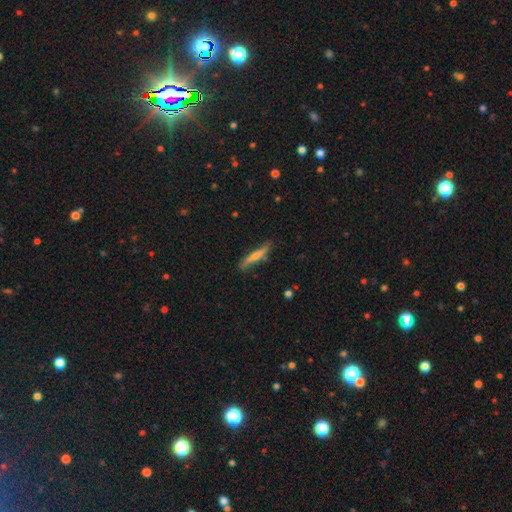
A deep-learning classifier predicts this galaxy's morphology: A featured or disk galaxy (55%) viewed edge-on (91%) with a rounded central bulge (72%). Merging: none (80%).